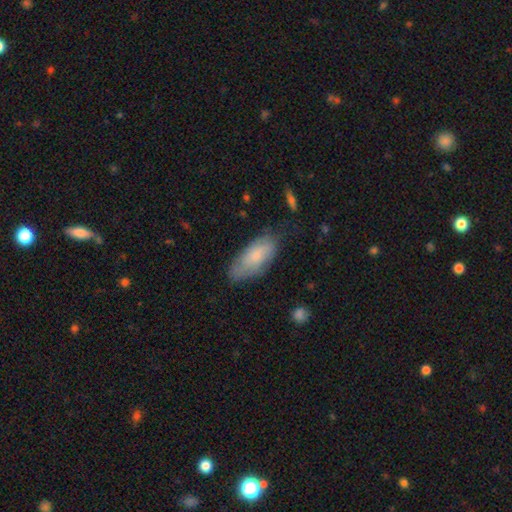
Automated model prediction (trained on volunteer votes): Q: Smooth or featured?
A: smooth (74%); runner-up: featured or disk (20%)
Q: How rounded?
A: in between (84%); runner-up: cigar-shaped (14%)
Q: Merging?
A: none (63%); runner-up: minor disturbance (28%)